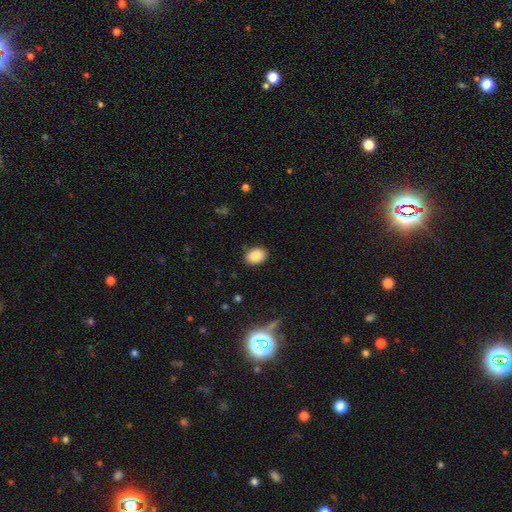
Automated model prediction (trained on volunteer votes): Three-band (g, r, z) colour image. It shows a smooth galaxy with no disk features (87%) that is in between round and cigar-shaped (72%). Merging: none (87%).